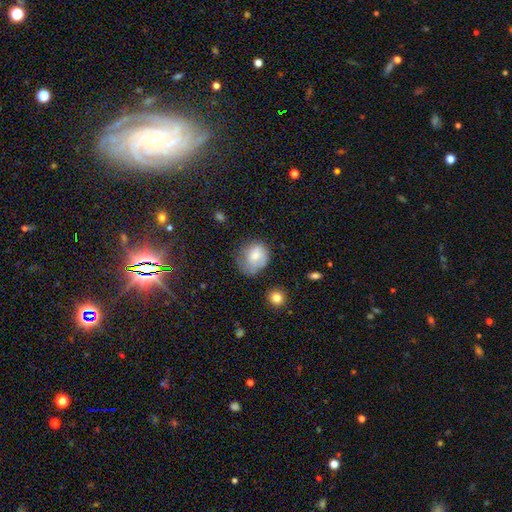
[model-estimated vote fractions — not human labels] This appears to be a smooth galaxy with no disk features (69%) that is round (62%). Merging: none (44%).